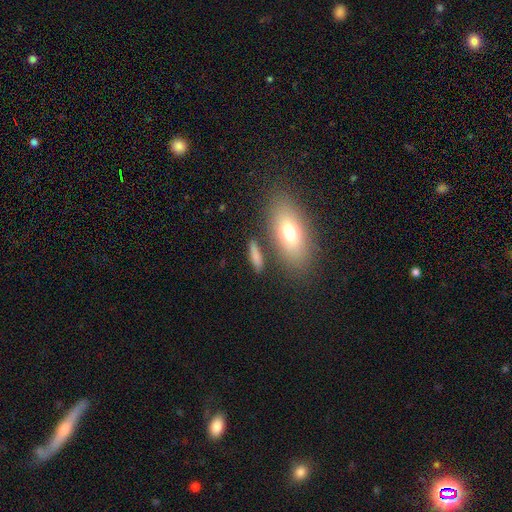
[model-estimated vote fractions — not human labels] A smooth galaxy with no disk features (75%) that is cigar-shaped (51%). Merging: none (75%).